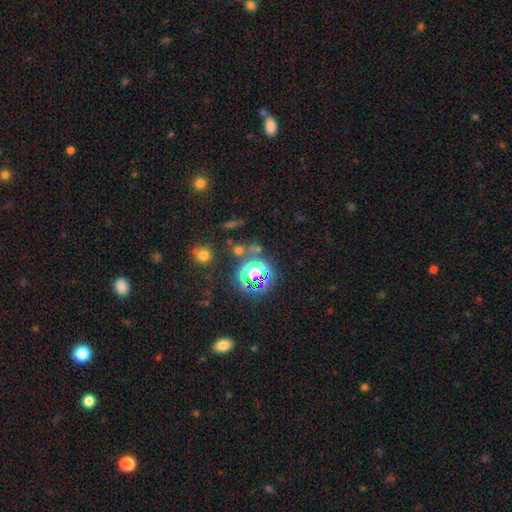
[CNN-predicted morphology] Smooth or featured: star or artifact — 63% (smooth — 26%)